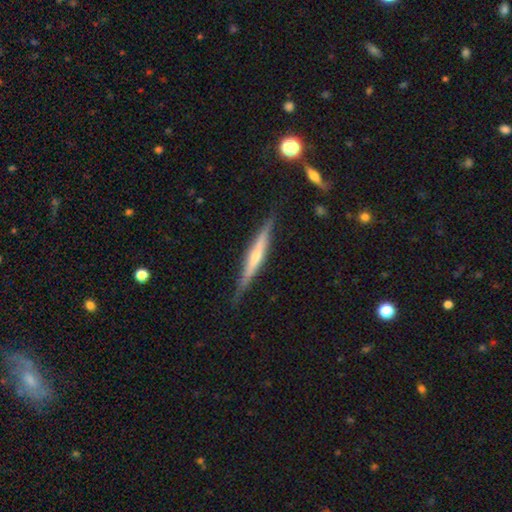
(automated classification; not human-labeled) smooth_or_featured: featured or disk (p=0.72) [alt: smooth p=0.21]
disk_edge_on: yes (p=0.97) [alt: no p=0.03]
edge_on_bulge: rounded (p=0.67) [alt: none p=0.24]
merging: none (p=0.87) [alt: minor disturbance p=0.10]